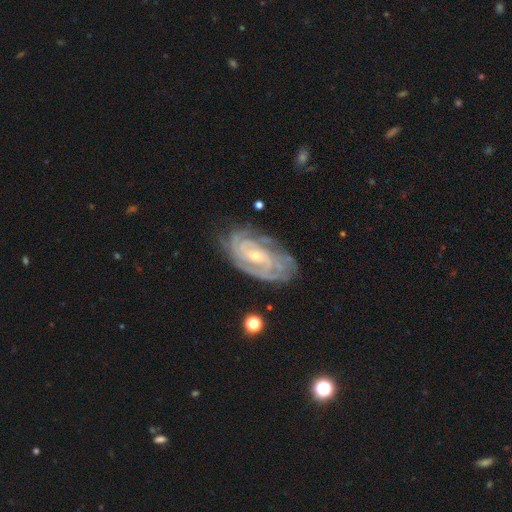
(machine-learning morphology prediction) This is clearly a featured or disk galaxy (87%). It is clearly not viewed edge-on (96%). Bar: possibly no (55%). Spiral arm pattern: clearly yes (96%). Spiral arm count: marginally can't tell (30%). Spiral winding: likely tight (72%). Central bulge: likely small (70%). Merging: likely none (71%).